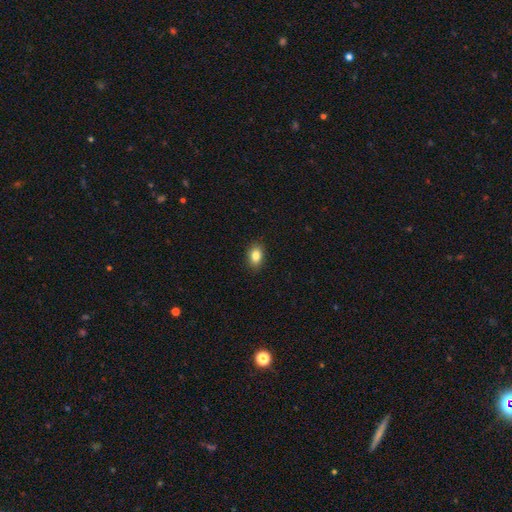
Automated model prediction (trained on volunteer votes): Morphology: type=smooth (85%); roundness=in between (80%); merging=none (89%).